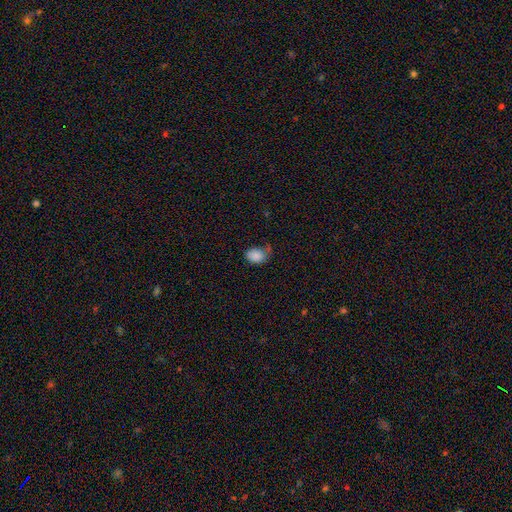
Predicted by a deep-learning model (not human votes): This appears to be a smooth galaxy with no disk features (87%) that is in between round and cigar-shaped (66%). Merging: none (52%).